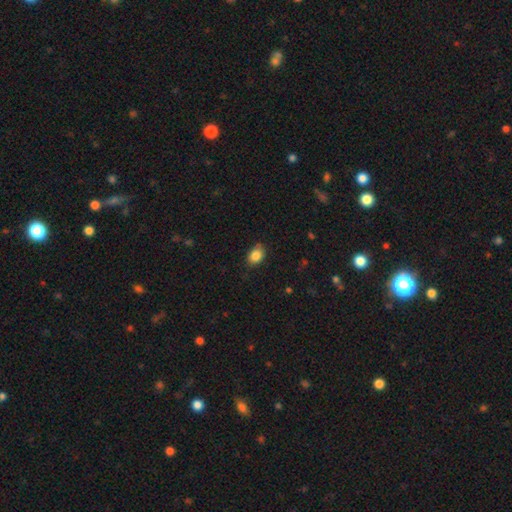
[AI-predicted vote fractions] Smooth or featured? Predicted: smooth (p=0.86). How rounded? Predicted: in between (p=0.74). Merging? Predicted: none (p=0.79).